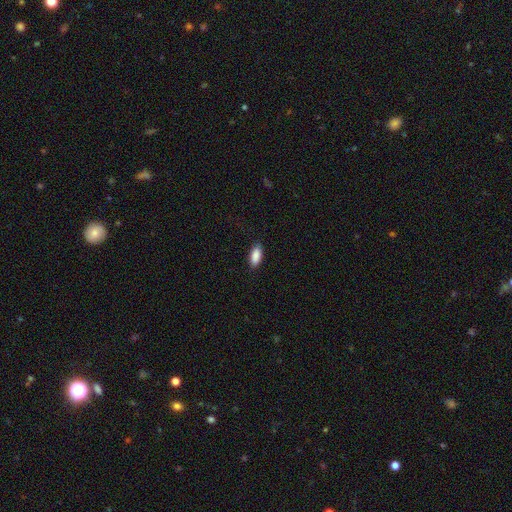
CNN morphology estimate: Overall: smooth (89%). How rounded: in between (87%). Merging: none (86%).